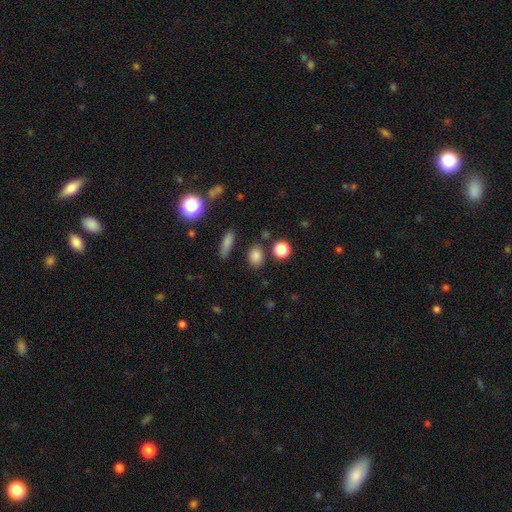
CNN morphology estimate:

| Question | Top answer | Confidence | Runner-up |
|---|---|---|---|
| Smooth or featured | smooth | 81% | star or artifact (13%) |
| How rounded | in between | 53% | round (44%) |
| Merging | none | 81% | minor disturbance (10%) |